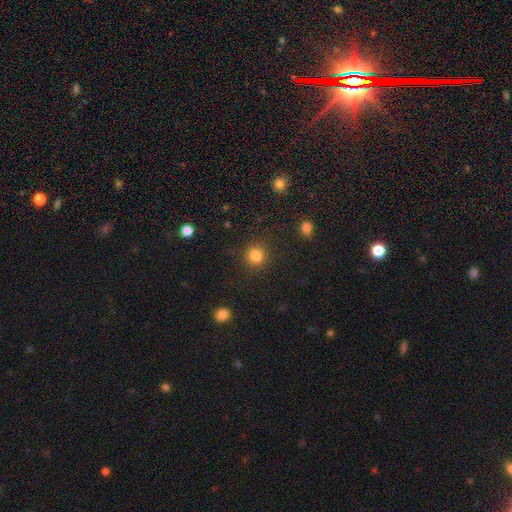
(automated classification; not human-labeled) Smooth or featured?
  - smooth: 83% *
  - star or artifact: 13%
  - featured or disk: 4%
How rounded?
  - round: 92% *
  - in between: 7%
  - cigar-shaped: 1%
Merging?
  - none: 88% *
  - minor disturbance: 7%
  - major disturbance: 3%
  - merger: 2%